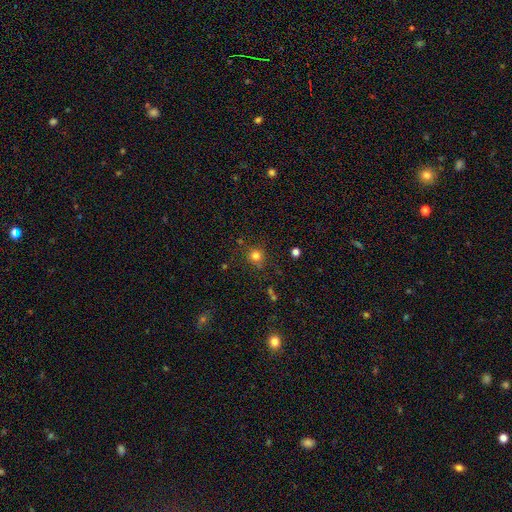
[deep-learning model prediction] The model was most divided on "smooth or featured": smooth: 79%, star or artifact: 16%, featured or disk: 6%. More confident: how rounded — round (92%); merging — none (81%).